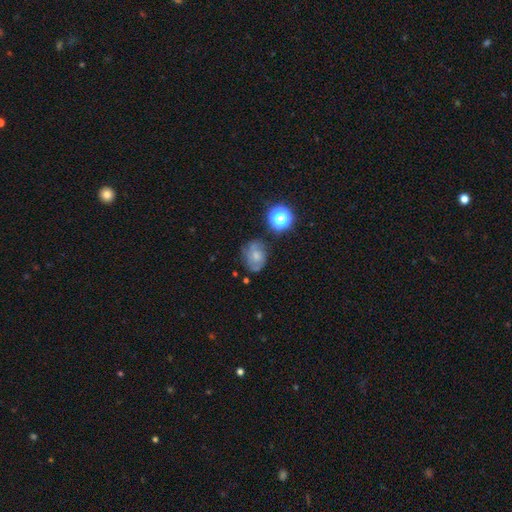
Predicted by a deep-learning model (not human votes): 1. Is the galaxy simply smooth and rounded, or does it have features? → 47% smooth, 40% featured or disk, 13% star or artifact.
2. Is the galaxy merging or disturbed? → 59% none, 26% minor disturbance, 11% major disturbance, 5% merger.